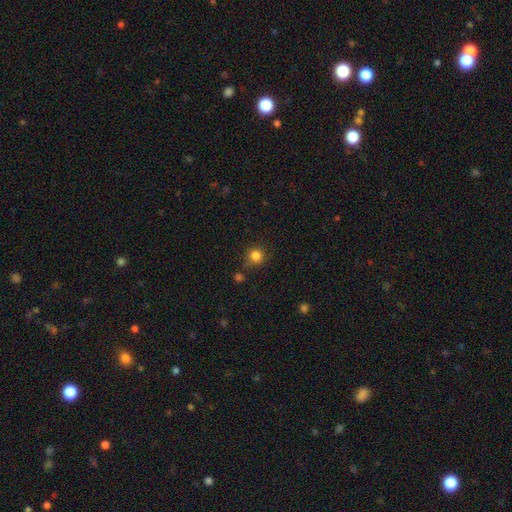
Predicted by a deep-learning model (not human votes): A smooth galaxy with no disk features (84%) that is round (92%). Merging: none (80%).